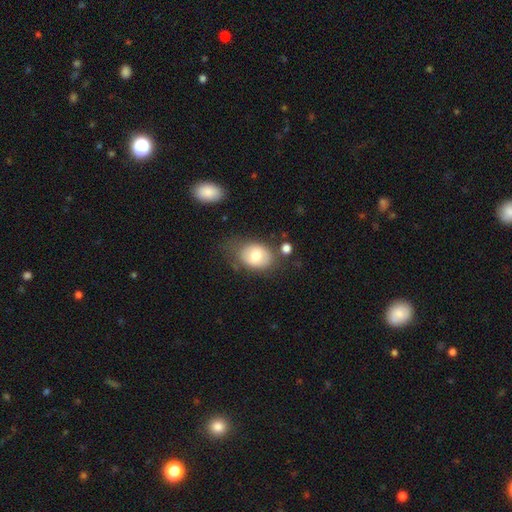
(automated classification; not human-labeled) smooth_or_featured: smooth (p=0.69) [alt: featured or disk p=0.24]
how_rounded: in between (p=0.70) [alt: round p=0.29]
merging: none (p=0.58) [alt: minor disturbance p=0.23]